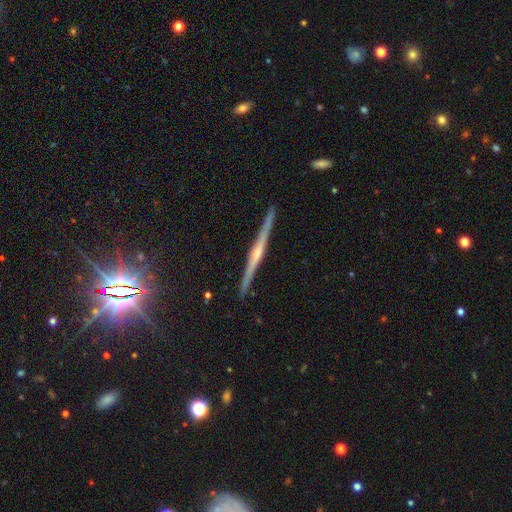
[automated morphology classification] type=featured or disk (80%); edge-on=yes (98%); edge-on bulge=rounded (72%); merging=none (92%).